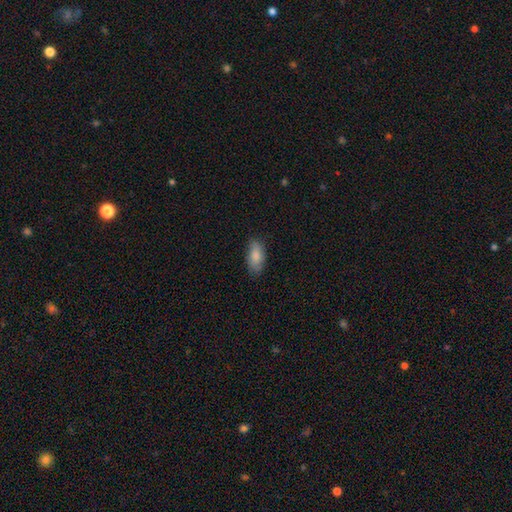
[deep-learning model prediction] smooth_or_featured: smooth (p=0.83) [alt: featured or disk p=0.11]
how_rounded: in between (p=0.89) [alt: cigar-shaped p=0.08]
merging: none (p=0.77) [alt: minor disturbance p=0.18]